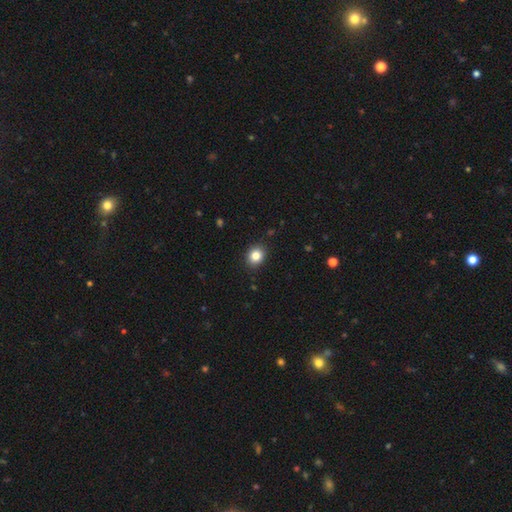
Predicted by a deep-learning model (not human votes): smooth 84%, star or artifact 10%, featured or disk 6%. Down the decision tree: how rounded — round (66%); merging — none (90%).